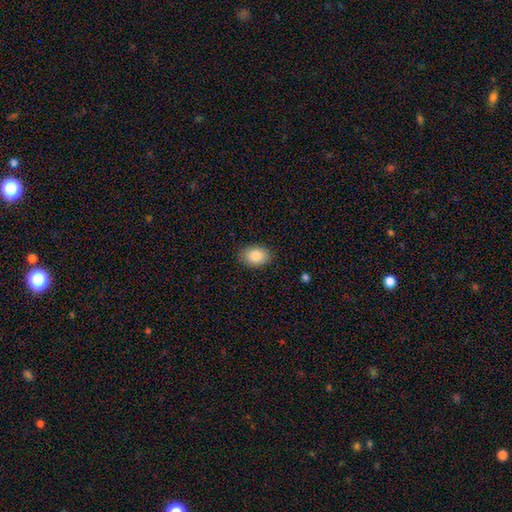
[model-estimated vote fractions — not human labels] Smooth or featured? Predicted: smooth (p=0.87). How rounded? Predicted: in between (p=0.77). Merging? Predicted: none (p=0.86).